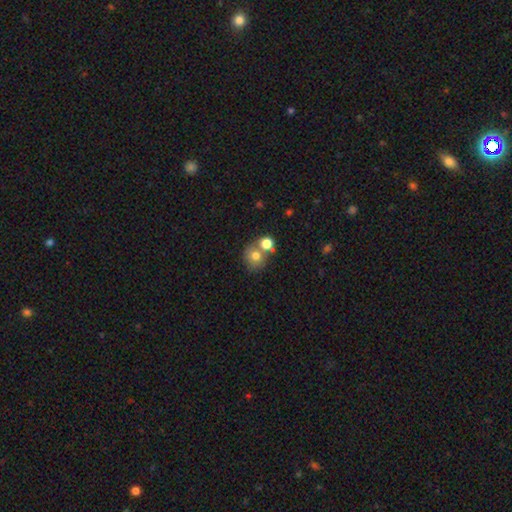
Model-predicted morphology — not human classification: Overall: smooth (74%). How rounded: round (80%). Merging: none (50%; merger 37%).